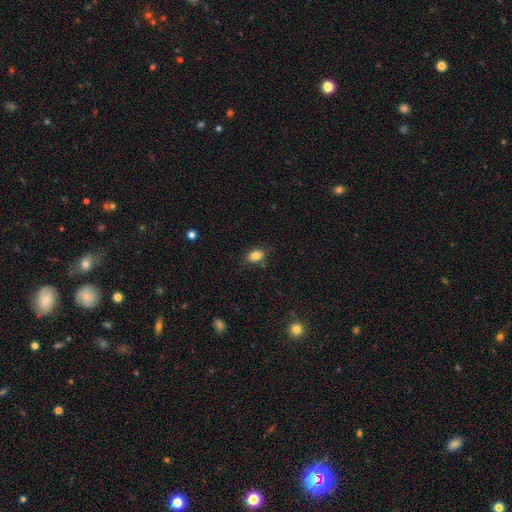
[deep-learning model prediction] smooth-or-featured: smooth: 83% | star or artifact: 10% | featured or disk: 7%
  how-rounded: in between: 82% | round: 17% | cigar-shaped: 2%
  merging: none: 82% | minor disturbance: 13% | major disturbance: 3% | merger: 2%